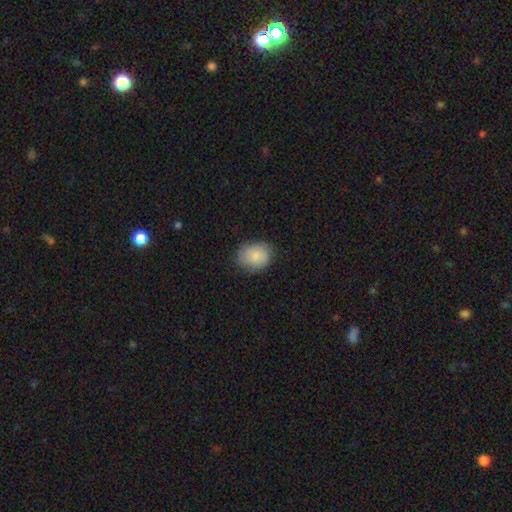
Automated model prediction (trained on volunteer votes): The model was most divided on "how rounded": in between: 51%, round: 48%, cigar-shaped: 1%. More confident: smooth or featured — smooth (83%); merging — none (77%).